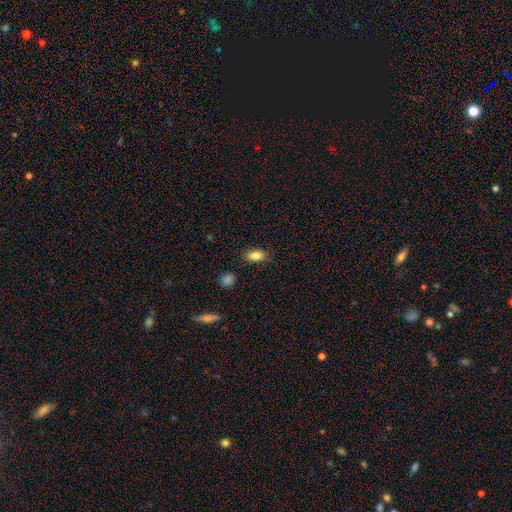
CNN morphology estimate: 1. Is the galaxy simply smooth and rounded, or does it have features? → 86% smooth, 8% star or artifact, 6% featured or disk.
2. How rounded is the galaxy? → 88% in between, 7% round, 5% cigar-shaped.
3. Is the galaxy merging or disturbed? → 85% none, 11% minor disturbance, 3% major disturbance, 2% merger.